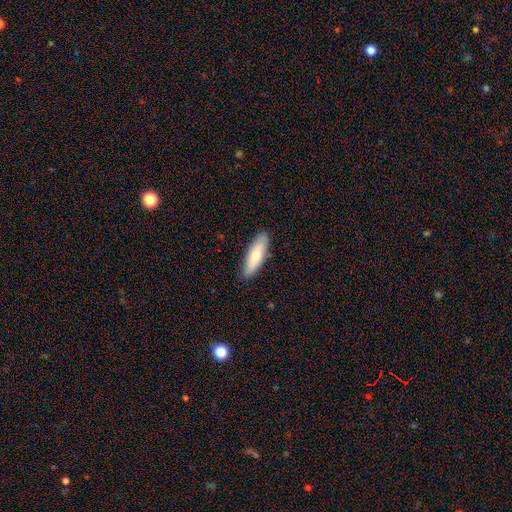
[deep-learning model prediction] smooth-or-featured: smooth: 71% | featured or disk: 23% | star or artifact: 6%
  how-rounded: cigar-shaped: 51% | in between: 47% | round: 2%
  merging: none: 87% | minor disturbance: 10% | major disturbance: 2% | merger: 1%